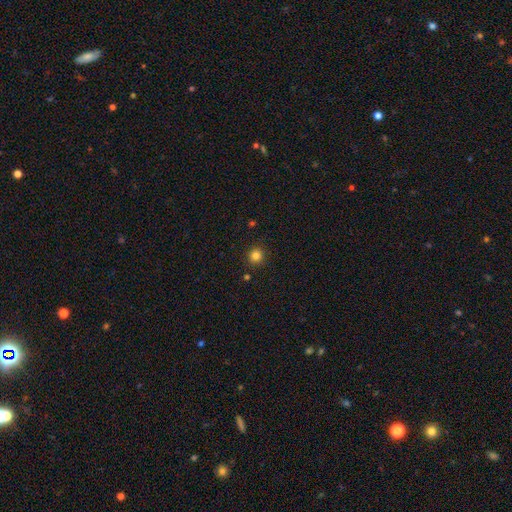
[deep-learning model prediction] smooth_or_featured: smooth (p=0.82) [alt: star or artifact p=0.13]
how_rounded: round (p=0.94) [alt: in between p=0.05]
merging: none (p=0.90) [alt: minor disturbance p=0.06]